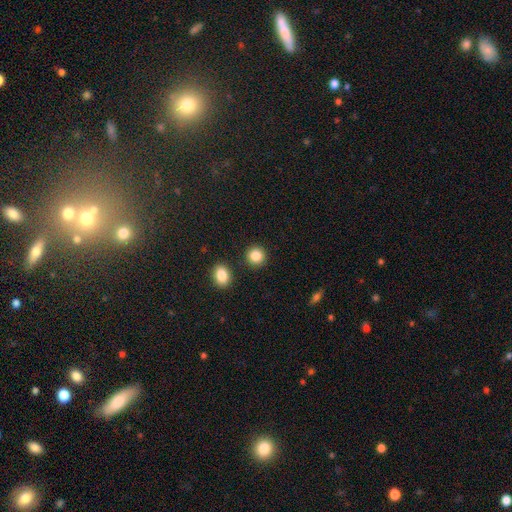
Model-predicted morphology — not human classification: smooth-or-featured: smooth: 86% | star or artifact: 10% | featured or disk: 4%
  how-rounded: round: 89% | in between: 10% | cigar-shaped: 1%
  merging: none: 88% | minor disturbance: 6% | merger: 4% | major disturbance: 2%